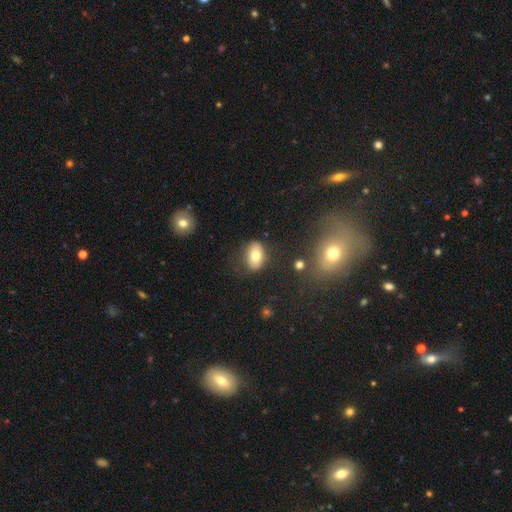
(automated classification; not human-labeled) smooth 75%, featured or disk 16%, star or artifact 9%. Down the decision tree: how rounded — in between (83%); merging — none (80%).